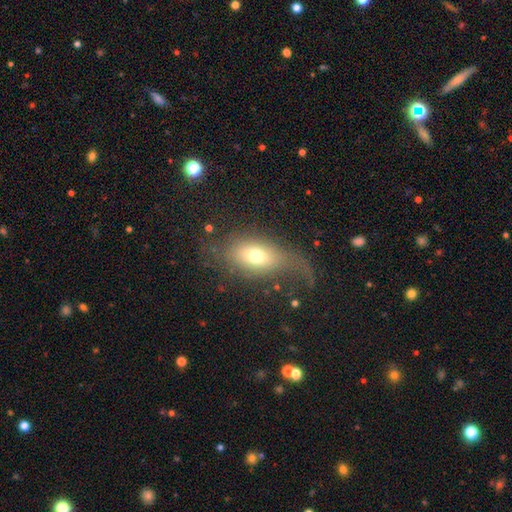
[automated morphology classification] Smooth or featured? Predicted: smooth (p=0.63). How rounded? Predicted: in between (p=0.80). Merging? Predicted: major disturbance (p=0.43).